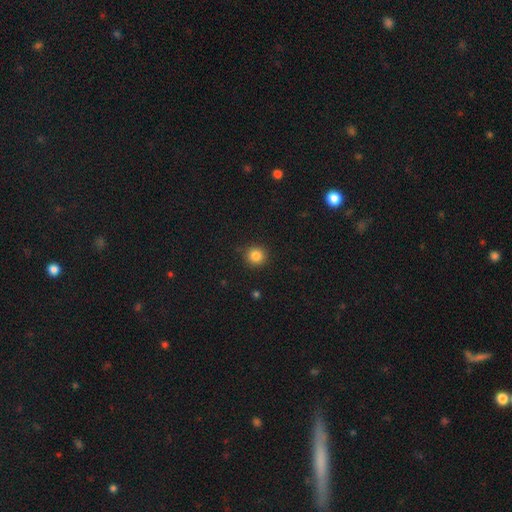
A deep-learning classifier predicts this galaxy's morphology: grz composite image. It shows a smooth galaxy with no disk features (85%) that is round (93%). Merging: none (90%).